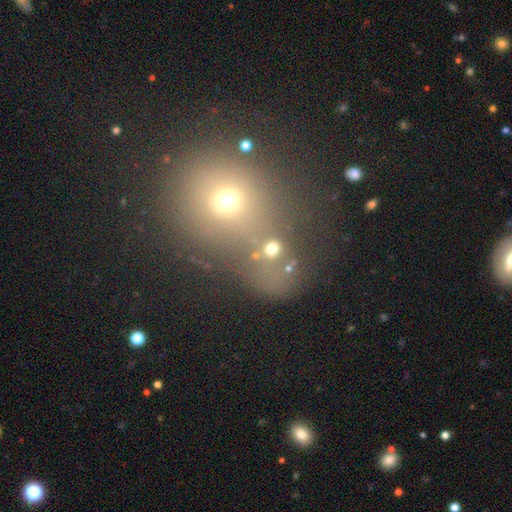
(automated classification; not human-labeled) Morphology: type=smooth (50%); merging=none (52%).